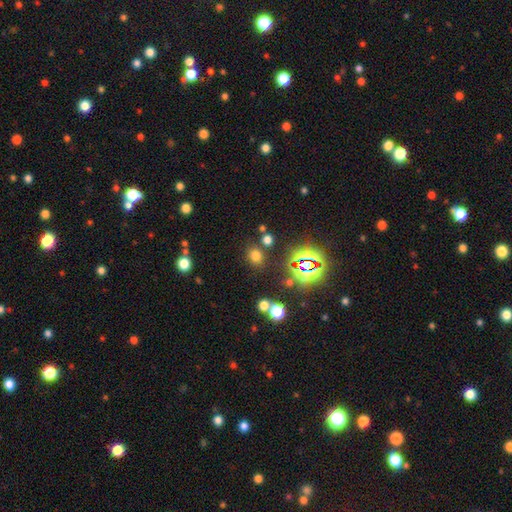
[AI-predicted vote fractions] The model was most divided on "smooth or featured": smooth: 66%, star or artifact: 28%, featured or disk: 6%. More confident: merging — none (81%); how rounded — round (72%).